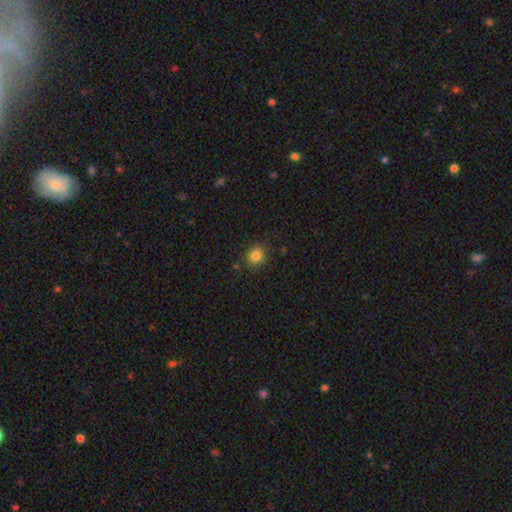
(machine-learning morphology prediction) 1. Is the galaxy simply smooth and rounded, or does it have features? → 83% smooth, 12% star or artifact, 4% featured or disk.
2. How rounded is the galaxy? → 82% round, 17% in between, 1% cigar-shaped.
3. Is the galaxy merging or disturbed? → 86% none, 9% minor disturbance, 3% major disturbance, 2% merger.